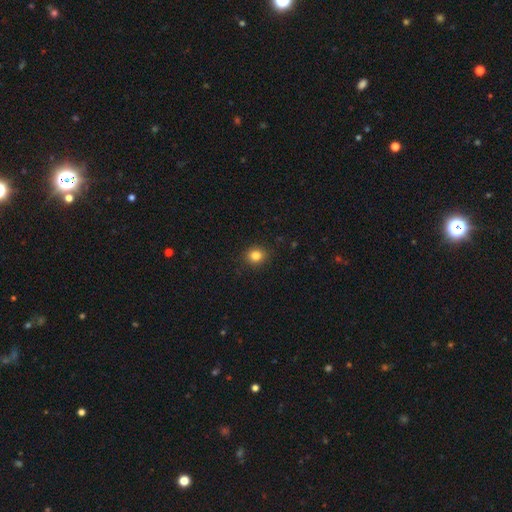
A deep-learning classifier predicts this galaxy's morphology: Smooth or featured? smooth (83%)
How rounded? round (79%)
Merging? none (91%)